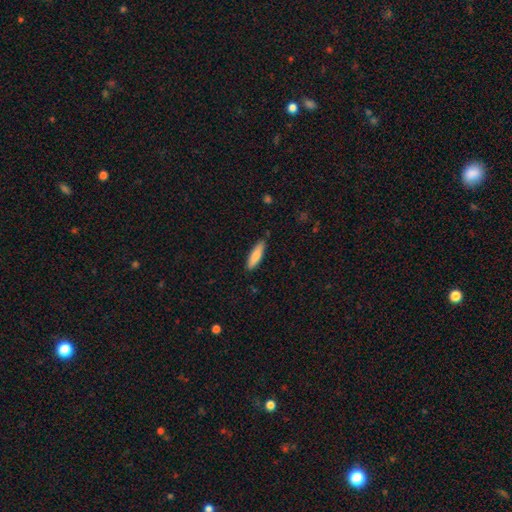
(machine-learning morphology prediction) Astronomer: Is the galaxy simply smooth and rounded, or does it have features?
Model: smooth — 80%.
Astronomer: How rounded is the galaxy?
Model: cigar-shaped — 66%.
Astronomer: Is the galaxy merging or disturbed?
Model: none — 87%.